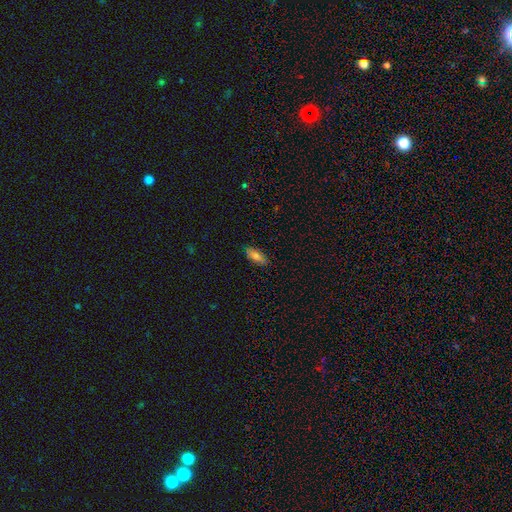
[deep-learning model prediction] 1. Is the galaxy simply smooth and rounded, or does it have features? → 74% smooth, 18% featured or disk, 8% star or artifact.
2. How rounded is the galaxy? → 80% in between, 17% cigar-shaped, 3% round.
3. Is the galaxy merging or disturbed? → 86% none, 11% minor disturbance, 2% major disturbance, 1% merger.